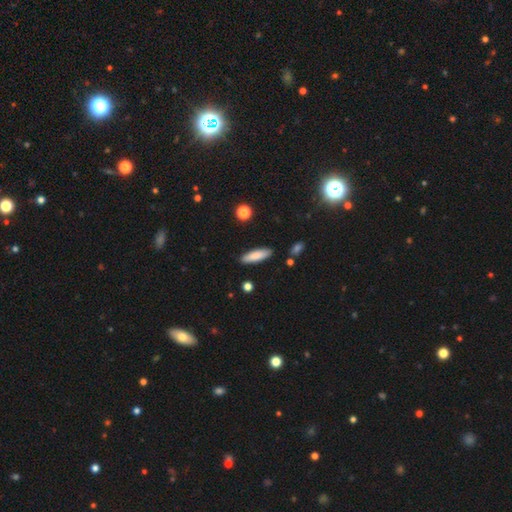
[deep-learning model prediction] smooth 83%, featured or disk 11%, star or artifact 6%. Down the decision tree: how rounded — cigar-shaped (62%); merging — none (88%).